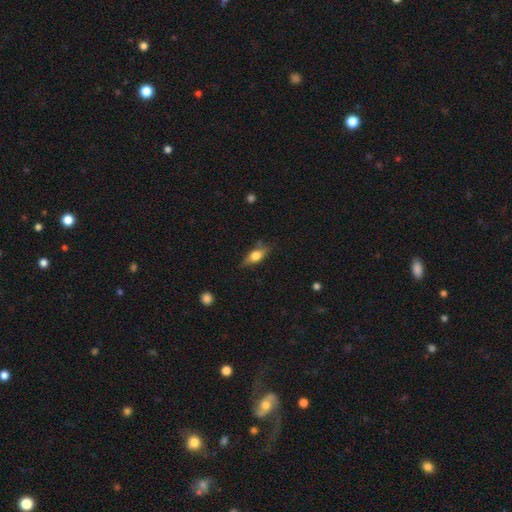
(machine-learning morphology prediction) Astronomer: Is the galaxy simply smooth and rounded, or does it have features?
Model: smooth — 62%.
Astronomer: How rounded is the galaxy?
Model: in between — 72%.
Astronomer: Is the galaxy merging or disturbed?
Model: none — 72%.